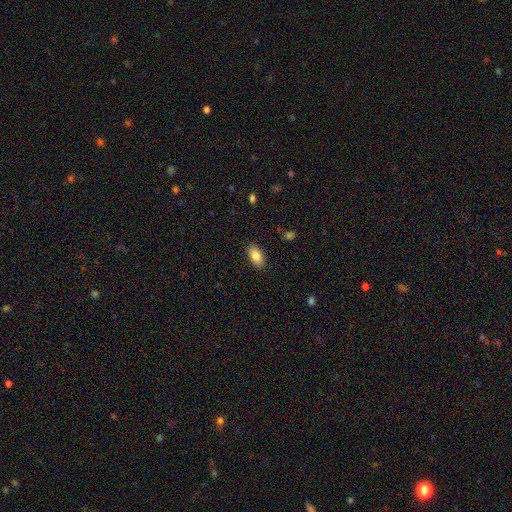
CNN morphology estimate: smooth 84%, featured or disk 9%, star or artifact 7%. Down the decision tree: how rounded — in between (93%); merging — none (88%).